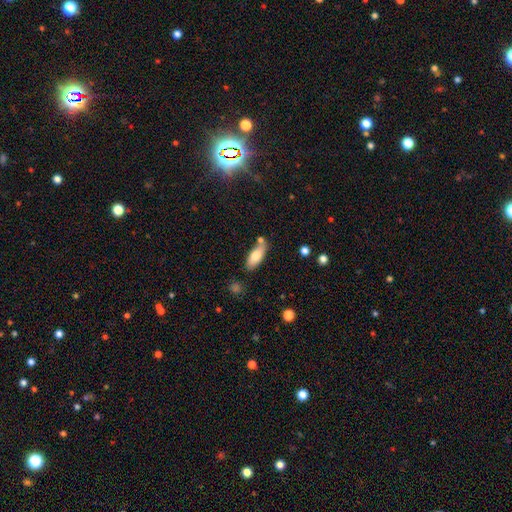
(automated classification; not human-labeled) Q: Smooth or featured?
A: smooth (75%); runner-up: featured or disk (19%)
Q: How rounded?
A: in between (76%); runner-up: cigar-shaped (22%)
Q: Merging?
A: none (67%); runner-up: minor disturbance (17%)